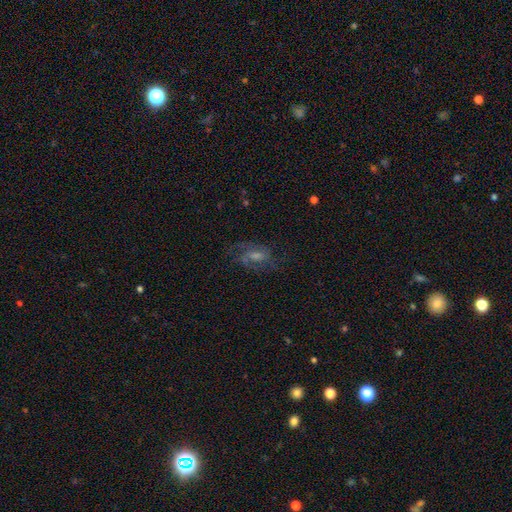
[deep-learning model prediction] Overall: featured or disk (67%). Edge-on disk: no (95%). Bar: weak (48%; no 38%). Spiral arms: yes (91%). Spiral arm count: 2 (55%; can't tell 21%). Spiral winding: medium (51%; tight 26%). Bulge size: moderate (44%; small 34%). Merging: none (69%).